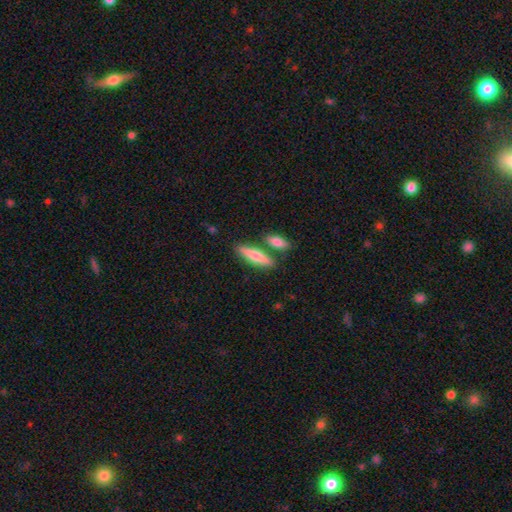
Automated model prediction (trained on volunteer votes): The model was most divided on "smooth or featured": smooth: 67%, featured or disk: 27%, star or artifact: 6%. More confident: merging — none (72%); how rounded — cigar-shaped (70%).